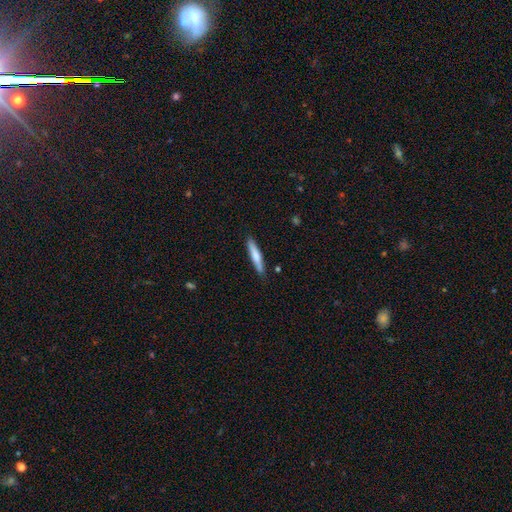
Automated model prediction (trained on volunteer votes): Q: Smooth or featured?
A: smooth (66%); runner-up: featured or disk (28%)
Q: How rounded?
A: cigar-shaped (90%); runner-up: in between (8%)
Q: Merging?
A: none (85%); runner-up: minor disturbance (11%)